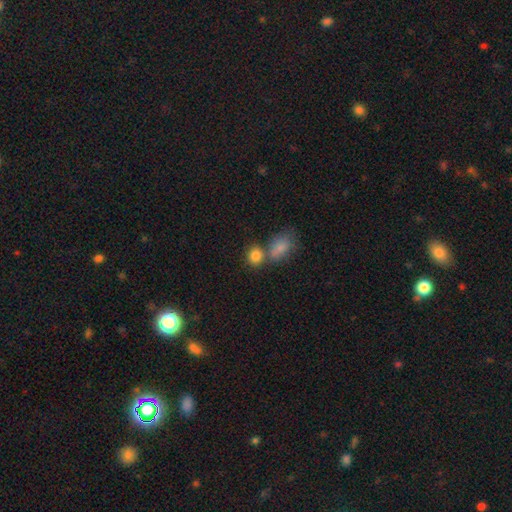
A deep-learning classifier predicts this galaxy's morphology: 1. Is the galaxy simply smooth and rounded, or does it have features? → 83% smooth, 10% star or artifact, 7% featured or disk.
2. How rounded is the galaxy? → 63% round, 36% in between, 2% cigar-shaped.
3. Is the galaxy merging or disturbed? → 49% none, 37% merger, 10% minor disturbance, 4% major disturbance.